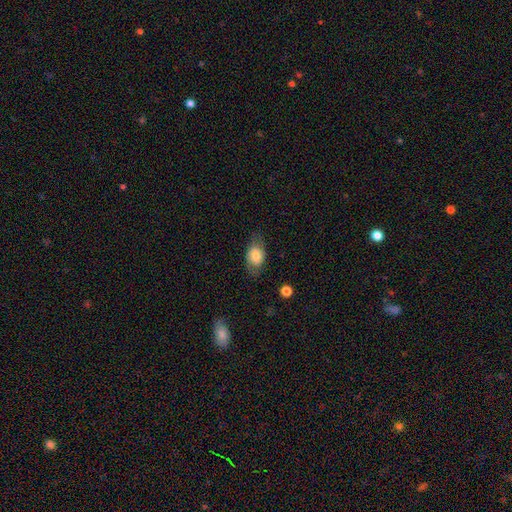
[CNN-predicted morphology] A smooth galaxy with no disk features (71%) that is in between round and cigar-shaped (77%). Merging: none (70%).